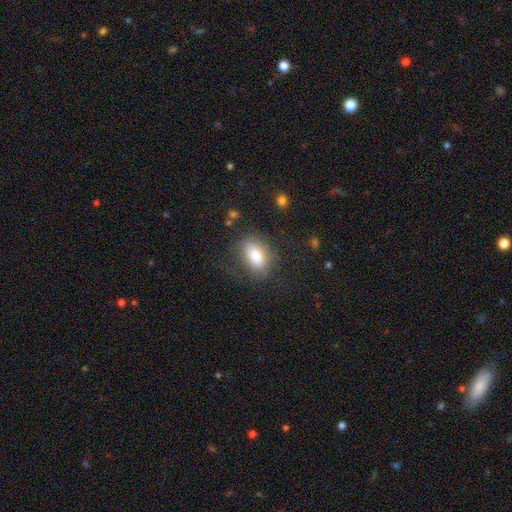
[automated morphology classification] A smooth galaxy with no disk features (79%) that is in between round and cigar-shaped (87%).

Vote fractions:
- Smooth or featured? smooth: 79% / featured or disk: 13% / star or artifact: 8%
- How rounded? in between: 87% / round: 10% / cigar-shaped: 3%
- Merging? none: 71% / minor disturbance: 17% / major disturbance: 10% / merger: 2%